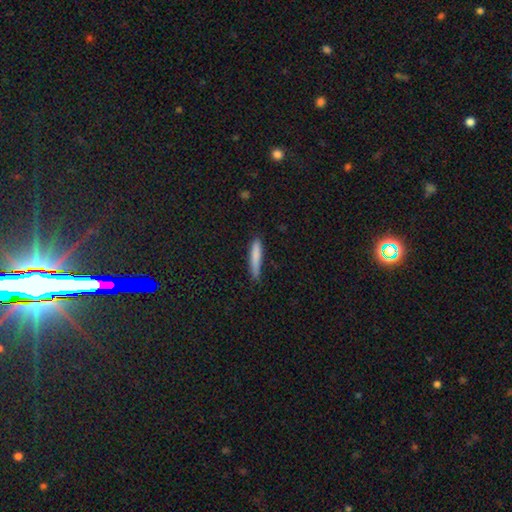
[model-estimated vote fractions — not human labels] A smooth galaxy with no disk features (80%) that is cigar-shaped (90%). Merging: none (78%).